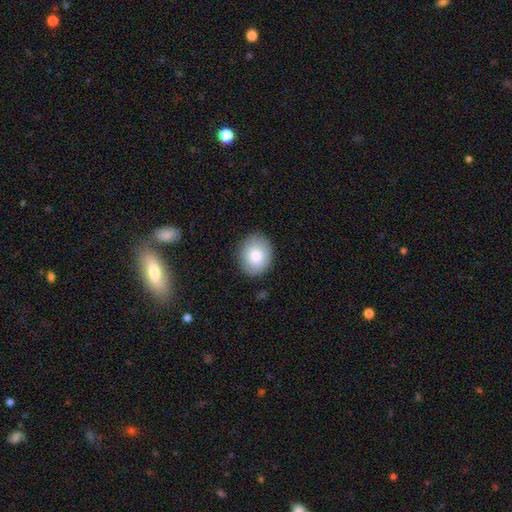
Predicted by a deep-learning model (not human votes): Smooth or featured?
  - smooth: 83% *
  - featured or disk: 10%
  - star or artifact: 7%
How rounded?
  - round: 56% *
  - in between: 43%
  - cigar-shaped: 1%
Merging?
  - none: 87% *
  - minor disturbance: 10%
  - major disturbance: 2%
  - merger: 1%